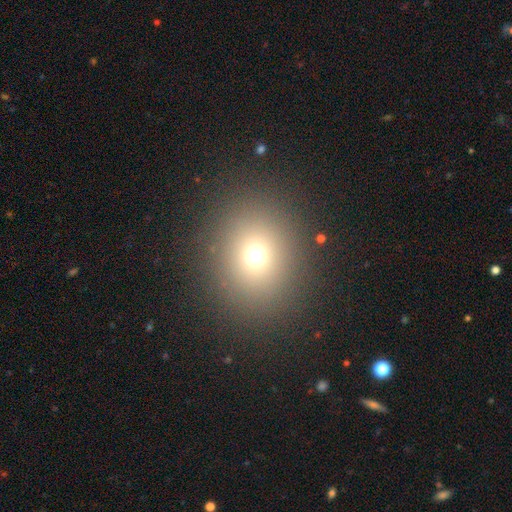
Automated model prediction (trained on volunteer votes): A smooth galaxy with no disk features (70%) that is round (72%).

Vote fractions:
- Smooth or featured? smooth: 70% / star or artifact: 20% / featured or disk: 10%
- How rounded? round: 72% / in between: 27% / cigar-shaped: 1%
- Merging? none: 88% / minor disturbance: 7% / major disturbance: 4% / merger: 1%